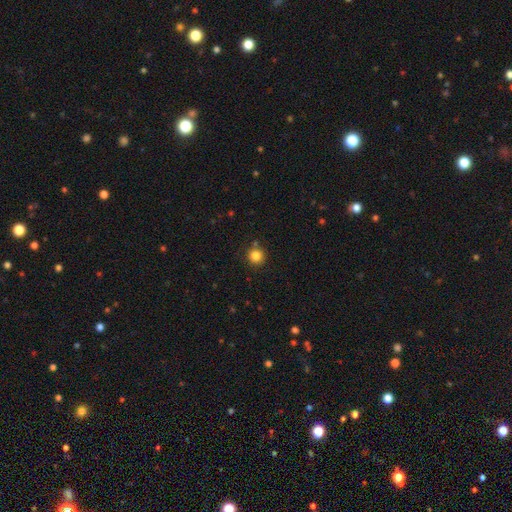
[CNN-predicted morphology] Overall: smooth (84%). How rounded: round (94%). Merging: none (85%).